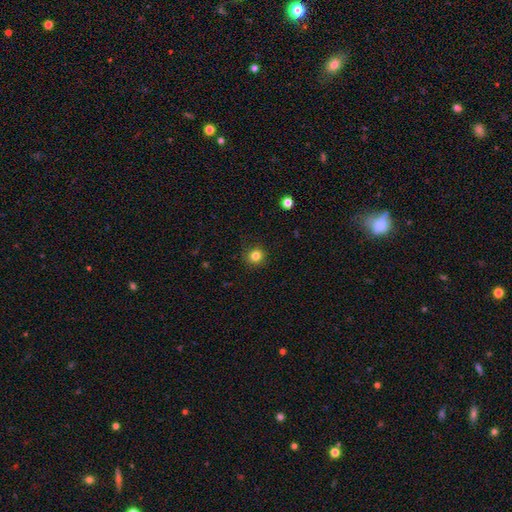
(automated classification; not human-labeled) The model was most divided on "smooth or featured": smooth: 82%, star or artifact: 13%, featured or disk: 5%. More confident: how rounded — round (91%); merging — none (90%).